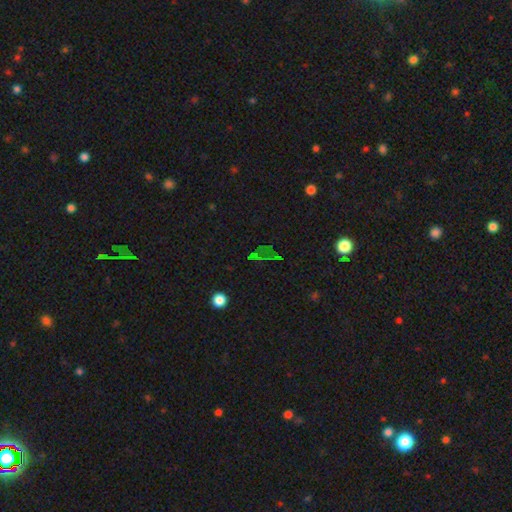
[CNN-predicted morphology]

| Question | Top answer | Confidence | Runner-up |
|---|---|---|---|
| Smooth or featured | star or artifact | 59% | smooth (25%) |